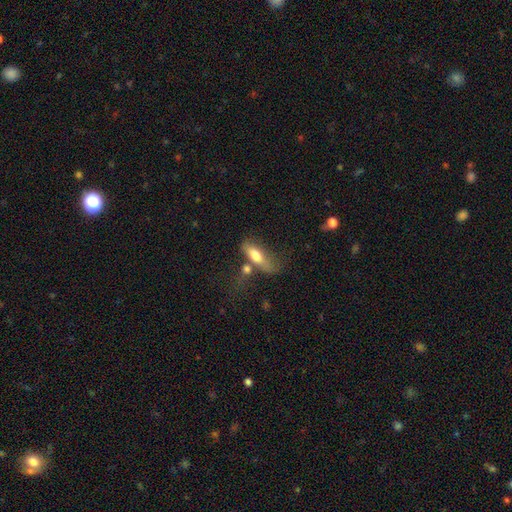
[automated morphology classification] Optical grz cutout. It shows a smooth galaxy with no disk features (66%) that is in between round and cigar-shaped (62%). Merging: none (33%).